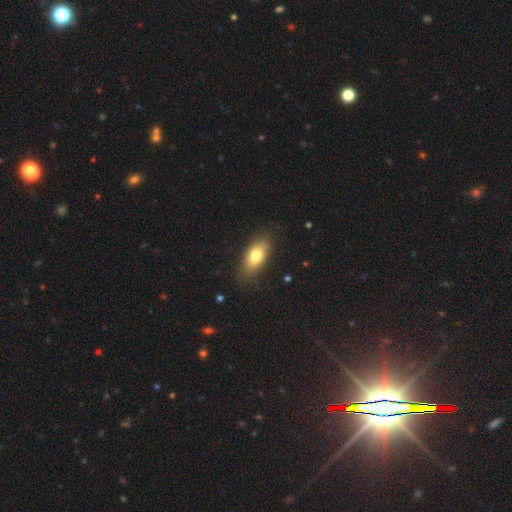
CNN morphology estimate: This is likely a smooth galaxy (76%). How rounded: clearly in between (84%). Merging: likely none (80%).